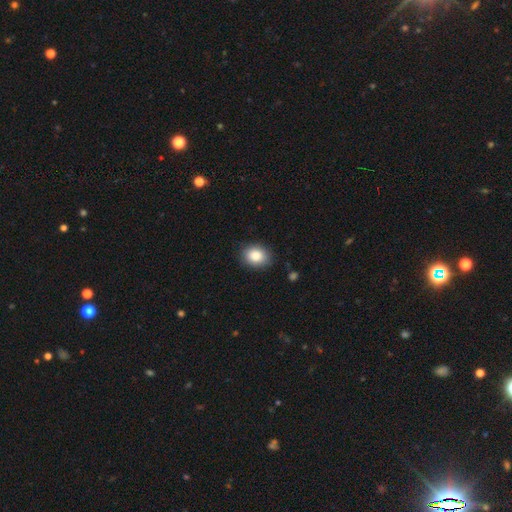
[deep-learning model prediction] smooth-or-featured: smooth: 86% | star or artifact: 8% | featured or disk: 6%
  how-rounded: in between: 52% | round: 48% | cigar-shaped: 1%
  merging: none: 86% | minor disturbance: 11% | major disturbance: 2% | merger: 1%